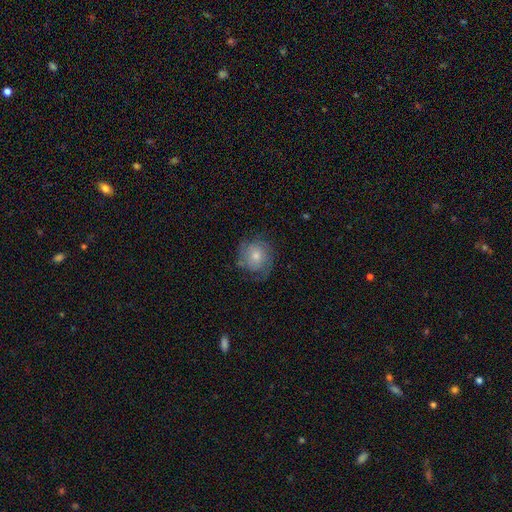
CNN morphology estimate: Smooth or featured?
  - featured or disk: 50% *
  - smooth: 39%
  - star or artifact: 11%
Edge-on disk?
  - no: 97% *
  - yes: 3%
Merging?
  - none: 70% *
  - minor disturbance: 19%
  - major disturbance: 10%
  - merger: 1%